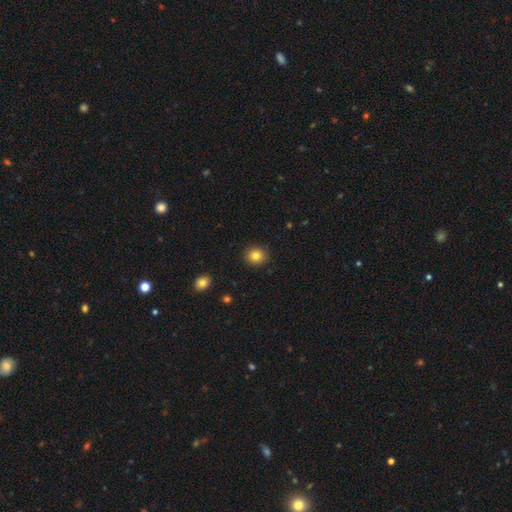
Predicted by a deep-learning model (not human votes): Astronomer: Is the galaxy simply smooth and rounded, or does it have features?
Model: smooth — 82%.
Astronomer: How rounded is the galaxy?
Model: round — 88%.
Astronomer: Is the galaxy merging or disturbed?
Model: none — 91%.